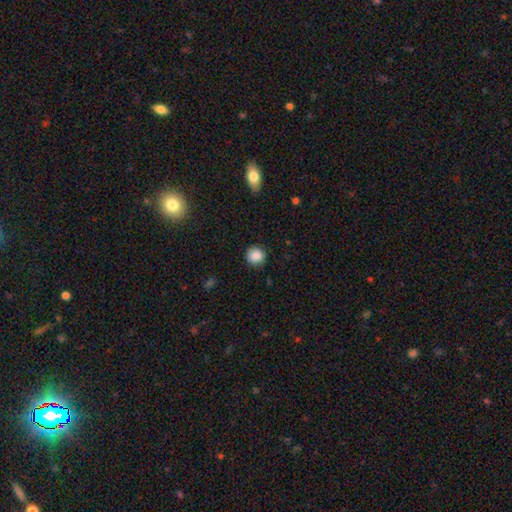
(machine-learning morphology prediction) The model was most divided on "smooth or featured": smooth: 87%, star or artifact: 9%, featured or disk: 4%. More confident: how rounded — round (92%); merging — none (88%).